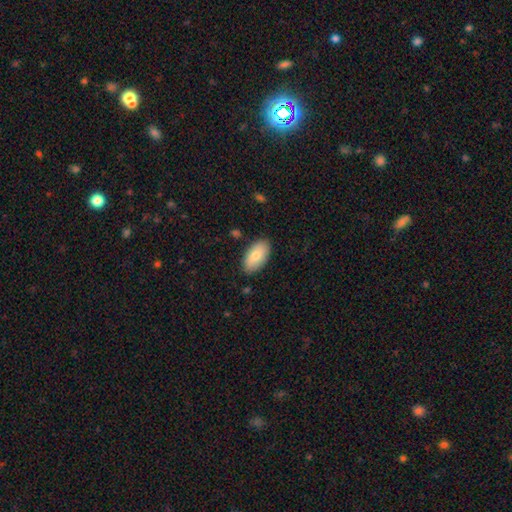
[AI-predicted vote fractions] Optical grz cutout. It shows a smooth galaxy with no disk features (79%) that is in between round and cigar-shaped (95%). Merging: none (85%).